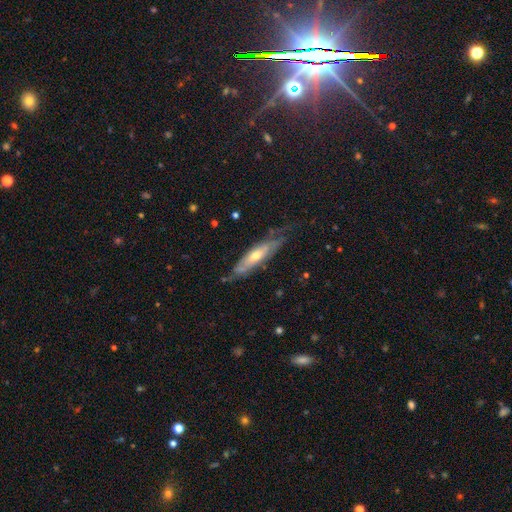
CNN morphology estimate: The model was most divided on "edge-on disk" (2-way tie): no: 50%, yes: 50%. More confident: smooth or featured — featured or disk (66%); merging — none (61%).